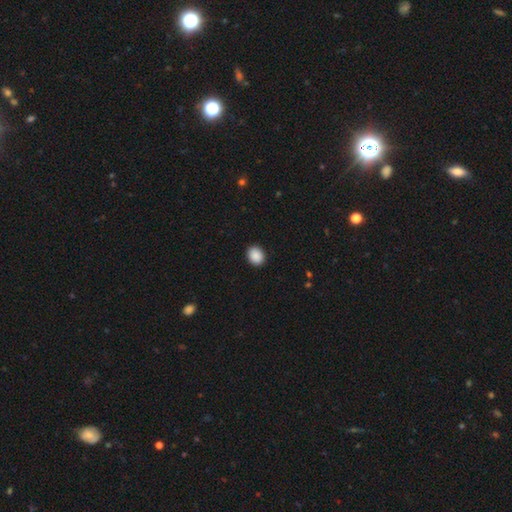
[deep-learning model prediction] smooth 90%, star or artifact 8%, featured or disk 2%. Down the decision tree: how rounded — round (55%); merging — none (91%).